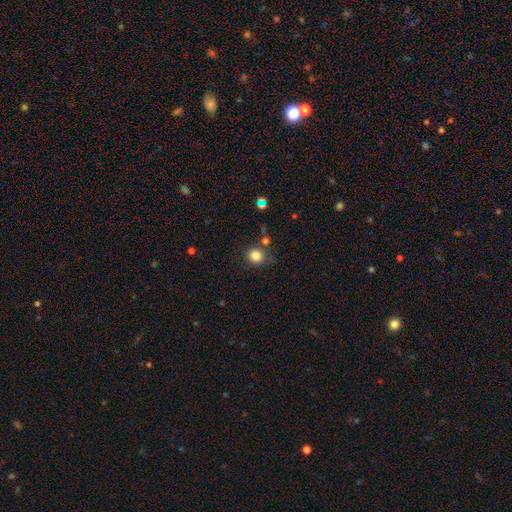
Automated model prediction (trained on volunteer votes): Overall: smooth (84%). How rounded: round (88%). Merging: none (76%).